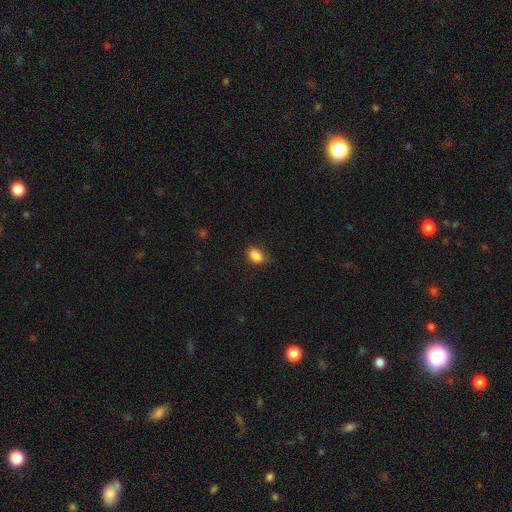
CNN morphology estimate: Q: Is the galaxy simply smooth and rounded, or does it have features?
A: smooth — 86%.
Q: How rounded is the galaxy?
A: in between — 76%.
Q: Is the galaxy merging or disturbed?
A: none — 72%.